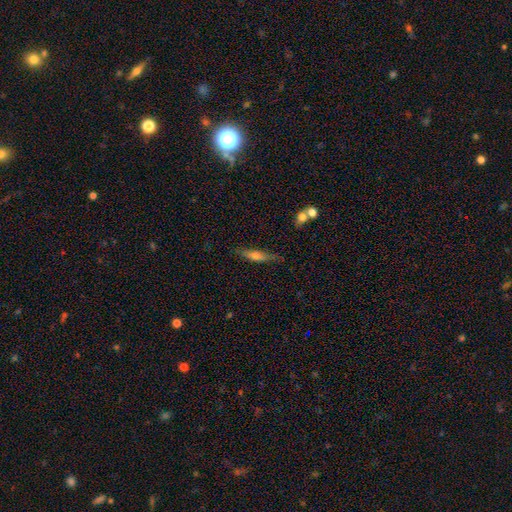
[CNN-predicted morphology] type=smooth (50%); roundness=cigar-shaped (76%); merging=none (77%).